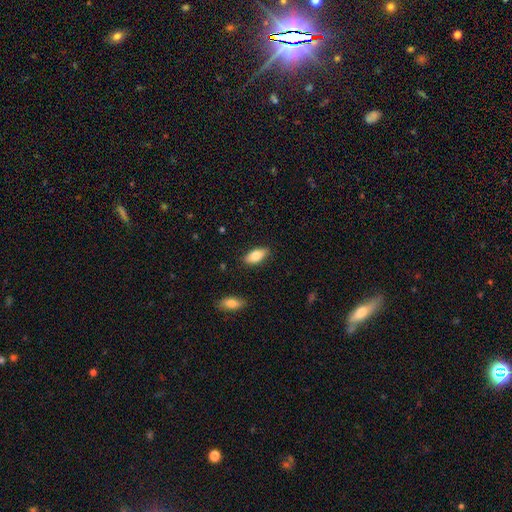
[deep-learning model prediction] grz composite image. It shows a smooth galaxy with no disk features (79%) that is in between round and cigar-shaped (87%). Merging: none (86%).